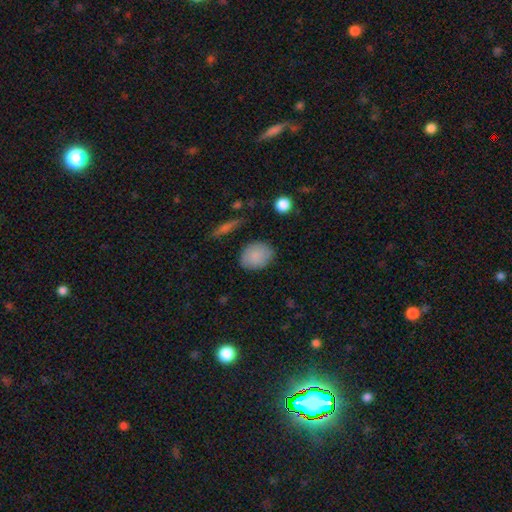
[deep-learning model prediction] A smooth galaxy with no disk features (84%) that is in between round and cigar-shaped (53%). Merging: none (80%).